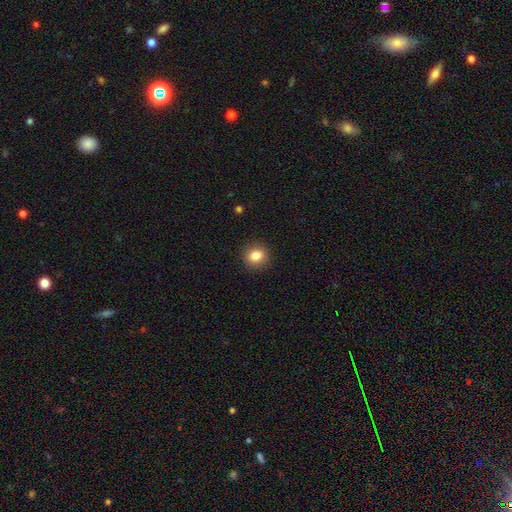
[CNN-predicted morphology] smooth 84%, star or artifact 10%, featured or disk 6%. Down the decision tree: how rounded — round (75%); merging — none (89%).